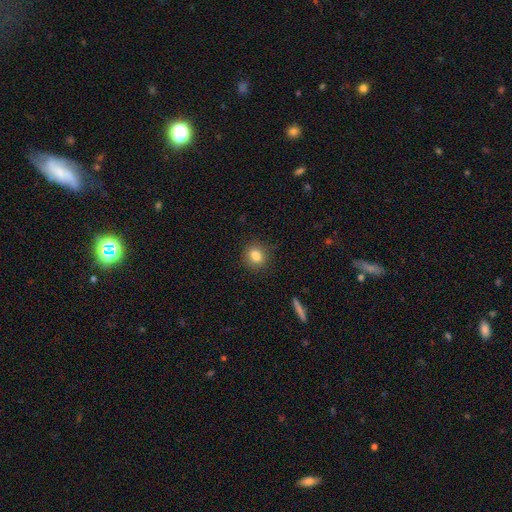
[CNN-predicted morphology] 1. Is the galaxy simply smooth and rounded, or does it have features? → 83% smooth, 10% star or artifact, 7% featured or disk.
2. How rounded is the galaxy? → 76% round, 23% in between, 1% cigar-shaped.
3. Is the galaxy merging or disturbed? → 88% none, 8% minor disturbance, 2% major disturbance, 1% merger.